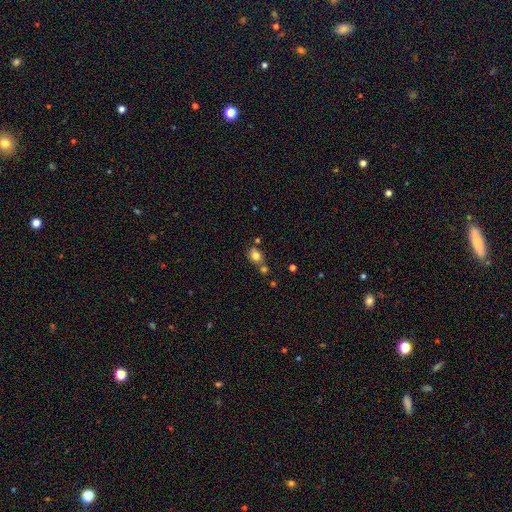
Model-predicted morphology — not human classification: This is likely a smooth galaxy (78%). How rounded: possibly in between (50%). Merging: possibly none (59%).